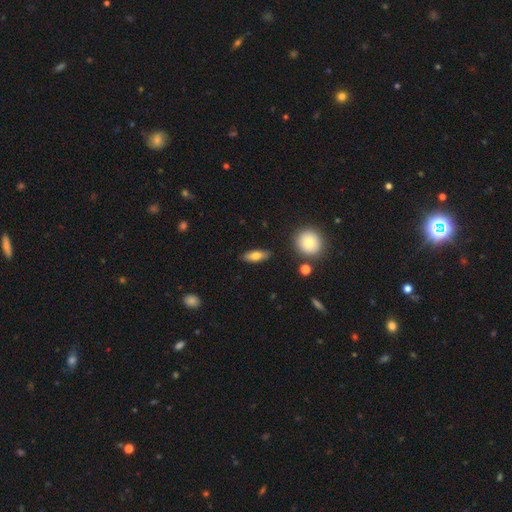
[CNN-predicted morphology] smooth_or_featured: smooth (p=0.71) [alt: featured or disk p=0.22]
how_rounded: in between (p=0.68) [alt: cigar-shaped p=0.28]
merging: none (p=0.86) [alt: minor disturbance p=0.09]